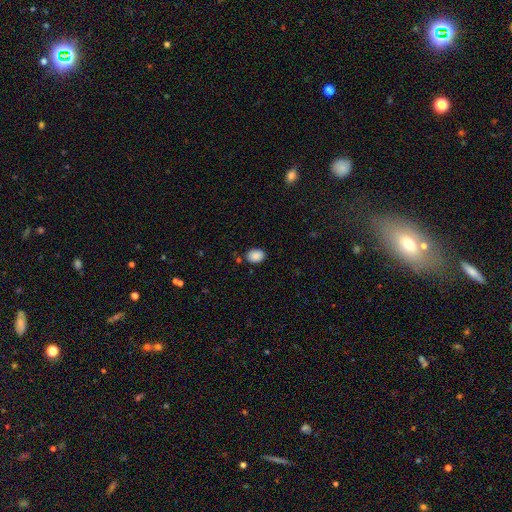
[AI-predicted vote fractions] Smooth or featured? Predicted: smooth (p=0.88). How rounded? Predicted: in between (p=0.70). Merging? Predicted: none (p=0.83).